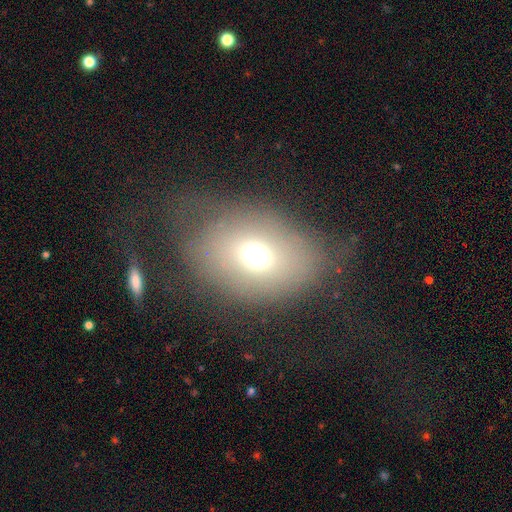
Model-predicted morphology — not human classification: A smooth galaxy with no disk features (65%) that is in between round and cigar-shaped (66%). Merging: none (53%).